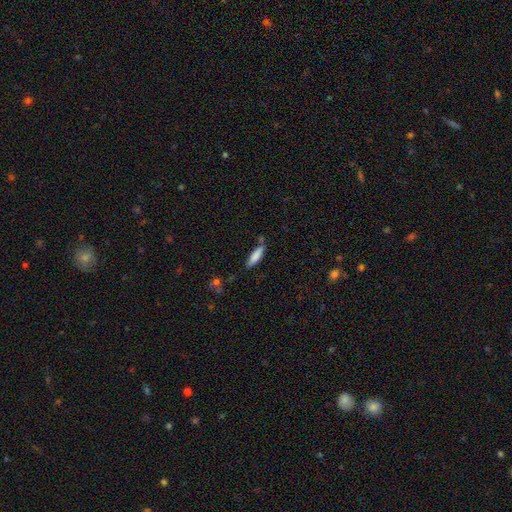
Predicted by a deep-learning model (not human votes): smooth_or_featured: smooth (p=0.83) [alt: featured or disk p=0.11]
how_rounded: cigar-shaped (p=0.64) [alt: in between p=0.35]
merging: none (p=0.76) [alt: minor disturbance p=0.15]